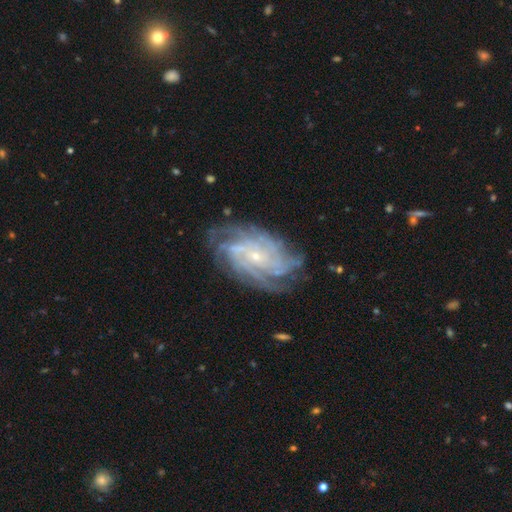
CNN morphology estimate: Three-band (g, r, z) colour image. It shows a featured or disk galaxy (89%) with no bar (69%), 4 (29%) tight (69%) spiral arms (97%) and a small central bulge (83%). Merging: none (76%).